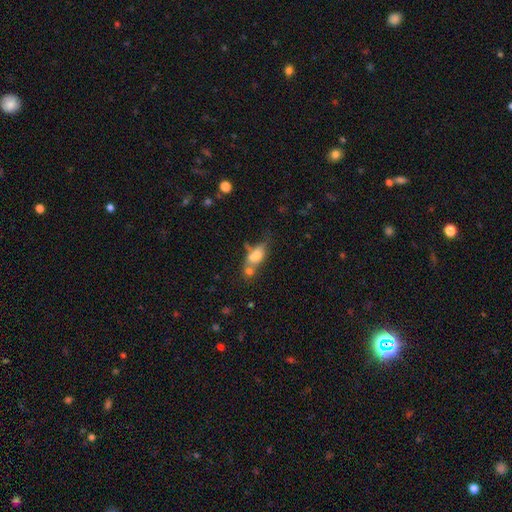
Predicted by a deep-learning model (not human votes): Q: Smooth or featured?
A: smooth (64%); runner-up: featured or disk (25%)
Q: How rounded?
A: in between (74%); runner-up: cigar-shaped (14%)
Q: Merging?
A: merger (47%); runner-up: none (28%)